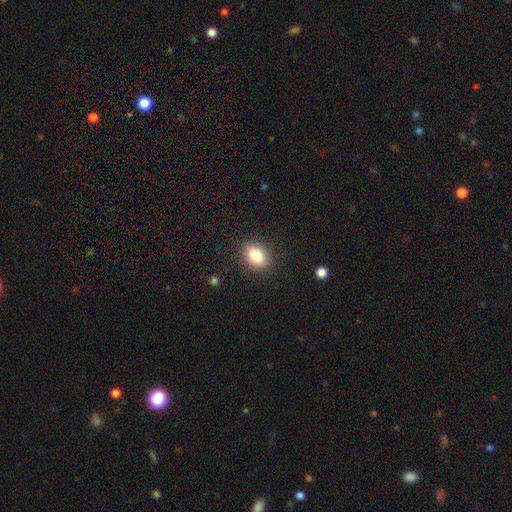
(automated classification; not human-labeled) A smooth galaxy with no disk features (82%) that is in between round and cigar-shaped (74%).

Vote fractions:
- Smooth or featured? smooth: 82% / featured or disk: 9% / star or artifact: 9%
- How rounded? in between: 74% / round: 24% / cigar-shaped: 2%
- Merging? none: 87% / minor disturbance: 9% / major disturbance: 3% / merger: 1%